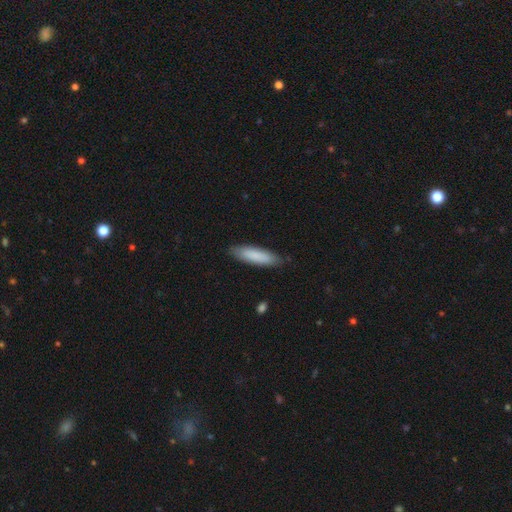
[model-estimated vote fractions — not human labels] smooth 84%, featured or disk 10%, star or artifact 5%. Down the decision tree: how rounded — cigar-shaped (68%); merging — none (85%).